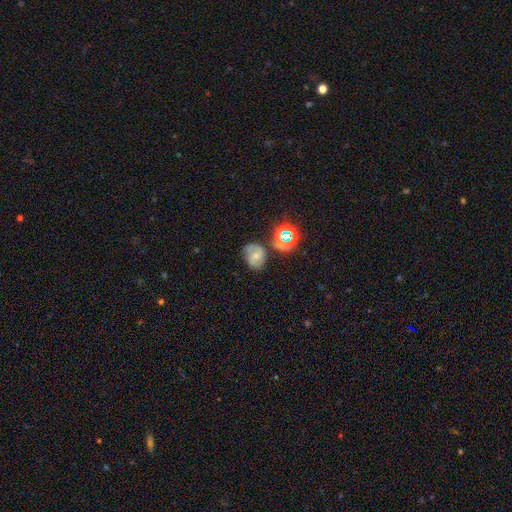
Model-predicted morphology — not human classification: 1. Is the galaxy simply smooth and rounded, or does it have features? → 53% featured or disk, 31% smooth, 17% star or artifact.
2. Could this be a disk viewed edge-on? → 97% no, 3% yes.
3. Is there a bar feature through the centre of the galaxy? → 53% no, 37% weak, 10% strong.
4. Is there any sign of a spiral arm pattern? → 87% yes, 13% no.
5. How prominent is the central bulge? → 49% small, 36% moderate, 10% none, 3% large, 1% dominant.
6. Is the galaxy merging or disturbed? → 57% none, 24% minor disturbance, 10% major disturbance, 9% merger.